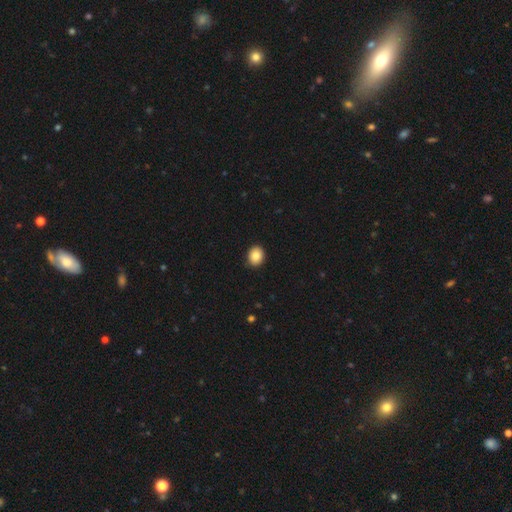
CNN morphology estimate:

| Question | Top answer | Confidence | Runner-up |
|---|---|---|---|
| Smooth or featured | smooth | 86% | star or artifact (9%) |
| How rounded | round | 59% | in between (40%) |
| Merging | none | 91% | minor disturbance (6%) |